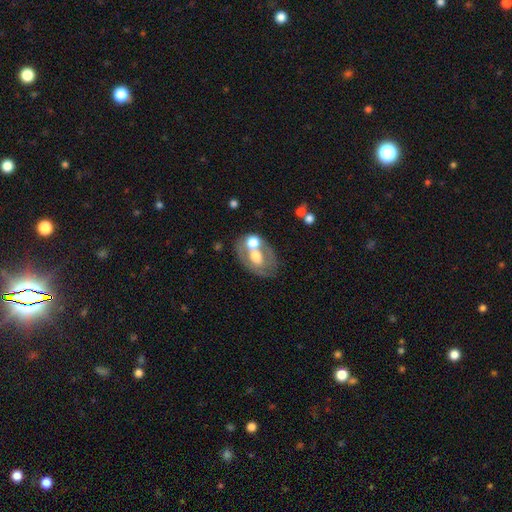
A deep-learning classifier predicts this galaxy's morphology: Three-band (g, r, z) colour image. It shows a featured or disk galaxy (52%). Merging: none (40%).